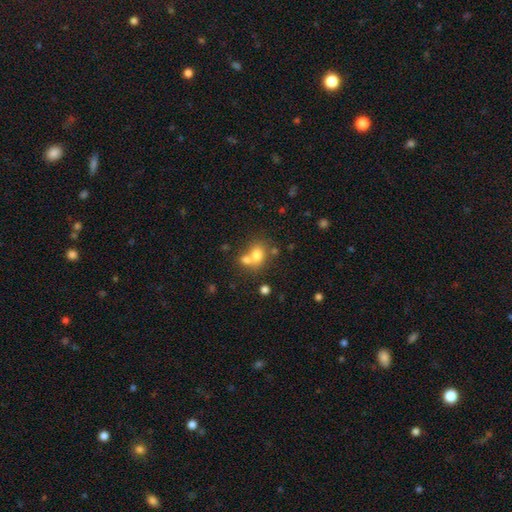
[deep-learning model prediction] Overall: smooth (72%). How rounded: round (58%; in between 41%). Merging: merger (50%; none 36%).